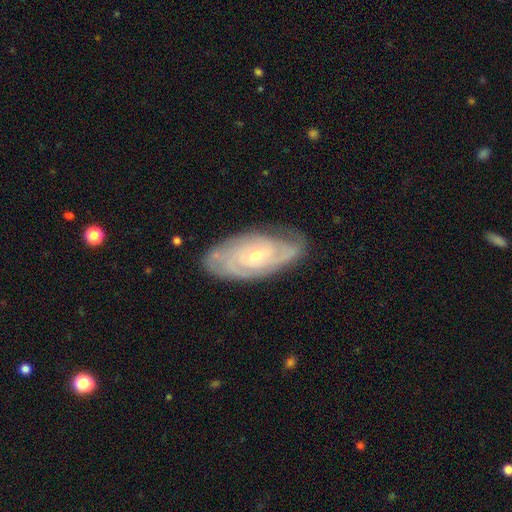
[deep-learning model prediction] smooth-or-featured: featured or disk: 84% | smooth: 11% | star or artifact: 6%
  disk-edge-on: no: 94% | yes: 6%
    bar: no: 65% | weak: 28% | strong: 6%
    has-spiral-arms: yes: 95% | no: 5%
      spiral-winding: tight: 72% | medium: 23% | loose: 5%
      spiral-arm-count: can't tell: 36% | 2: 26% | 3: 18% | 4: 10% | more than 4: 5% | 1: 5%
    bulge-size: small: 64% | moderate: 33% | large: 1% | none: 1% | dominant: 1%
  merging: none: 77% | minor disturbance: 18% | major disturbance: 4% | merger: 1%